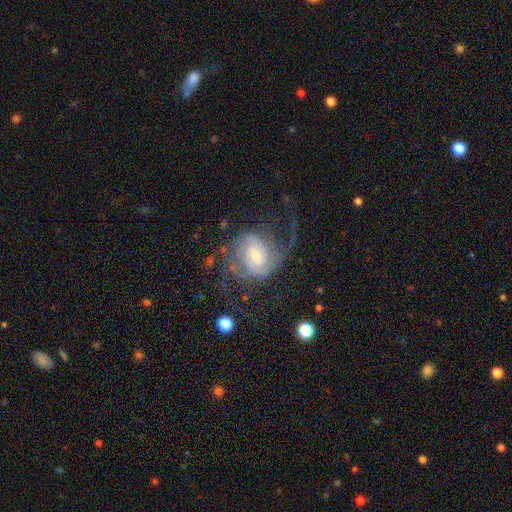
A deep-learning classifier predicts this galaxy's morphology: The model was most divided on "spiral winding": medium: 46%, loose: 28%, tight: 26%. More confident: edge-on disk — no (98%); spiral arms — yes (95%); smooth or featured — featured or disk (85%); spiral arm count — 2 (68%); merging — none (53%); bar — weak (52%); bulge size — small (52%).